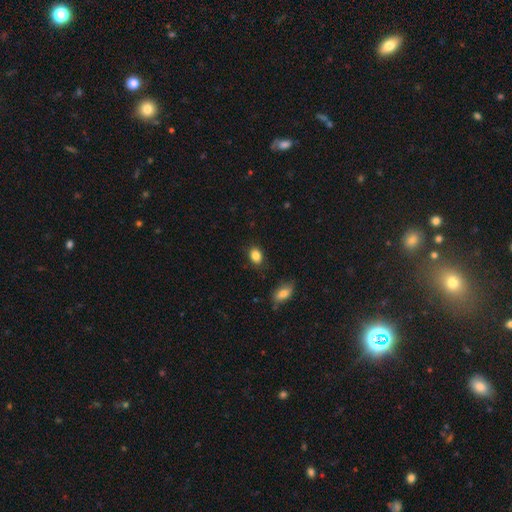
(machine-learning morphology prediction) The model was most divided on "how rounded": in between: 72%, round: 27%, cigar-shaped: 1%. More confident: smooth or featured — smooth (85%); merging — none (83%).